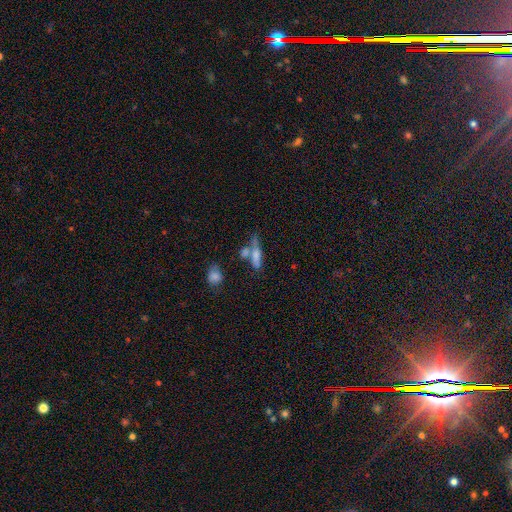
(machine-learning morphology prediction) smooth-or-featured: smooth: 62% | featured or disk: 28% | star or artifact: 10%
  how-rounded: cigar-shaped: 62% | in between: 33% | round: 5%
  merging: none: 44% | merger: 32% | minor disturbance: 16% | major disturbance: 8%